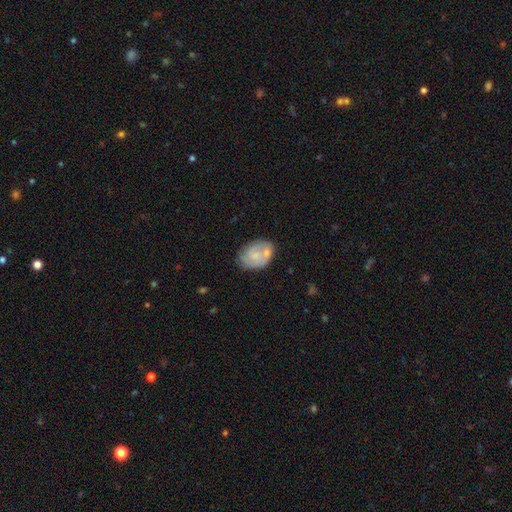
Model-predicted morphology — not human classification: Smooth or featured? Predicted: smooth (p=0.52). How rounded? Predicted: in between (p=0.76). Merging? Predicted: none (p=0.50).